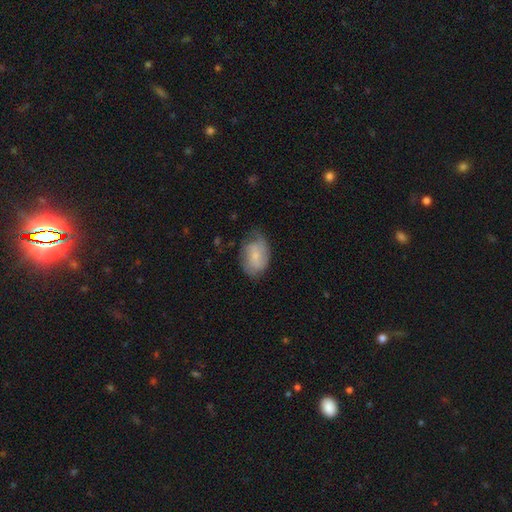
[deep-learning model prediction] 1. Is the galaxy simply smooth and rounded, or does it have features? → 53% smooth, 40% featured or disk, 7% star or artifact.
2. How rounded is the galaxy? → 79% in between, 19% round, 1% cigar-shaped.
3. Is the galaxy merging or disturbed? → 54% none, 32% minor disturbance, 13% major disturbance, 1% merger.